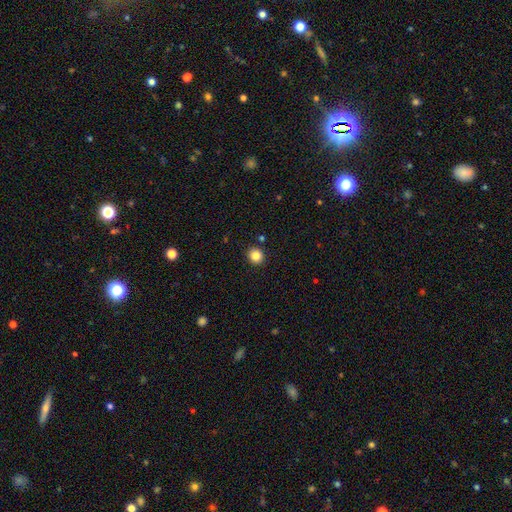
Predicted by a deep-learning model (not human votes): This is clearly a smooth galaxy (84%). How rounded: clearly round (87%). Merging: clearly none (90%).